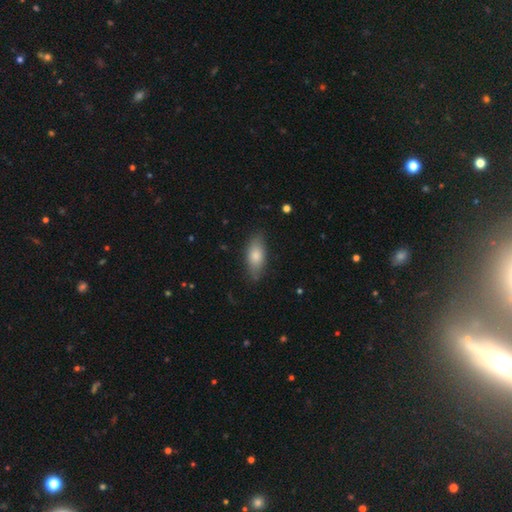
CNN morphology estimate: smooth_or_featured: smooth (p=0.78) [alt: featured or disk p=0.16]
how_rounded: in between (p=0.83) [alt: cigar-shaped p=0.15]
merging: none (p=0.78) [alt: minor disturbance p=0.17]